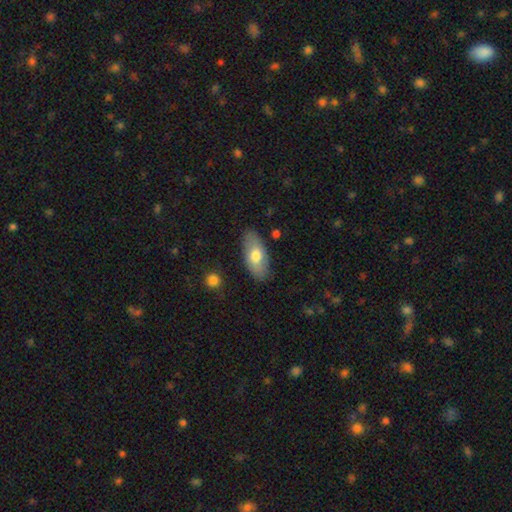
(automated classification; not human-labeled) Smooth or featured? smooth (70%)
How rounded? in between (90%)
Merging? none (84%)